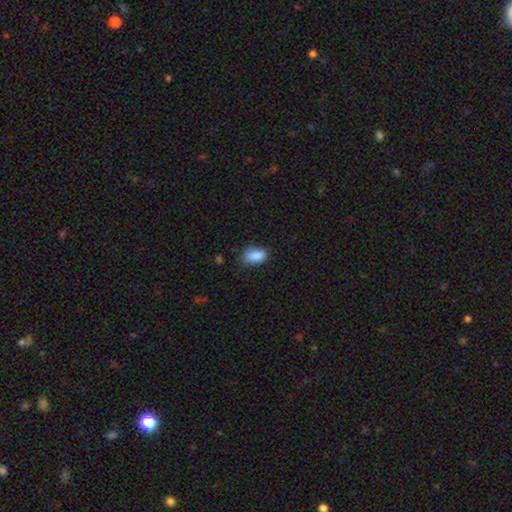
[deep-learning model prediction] Q: Smooth or featured?
A: smooth (88%); runner-up: star or artifact (8%)
Q: How rounded?
A: in between (91%); runner-up: round (7%)
Q: Merging?
A: none (69%); runner-up: minor disturbance (25%)